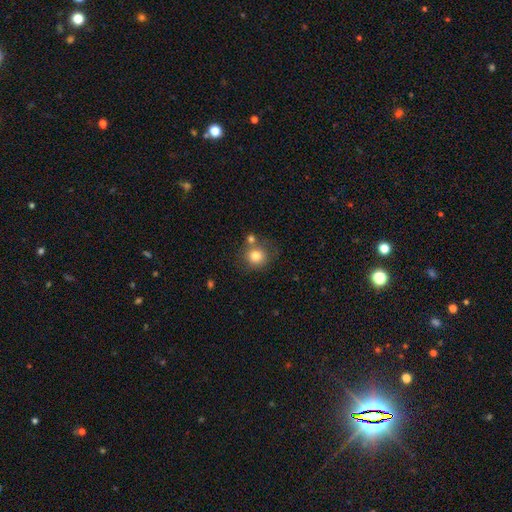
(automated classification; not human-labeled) smooth-or-featured: smooth: 79% | star or artifact: 11% | featured or disk: 10%
  how-rounded: round: 88% | in between: 11% | cigar-shaped: 1%
  merging: none: 64% | merger: 20% | minor disturbance: 12% | major disturbance: 4%